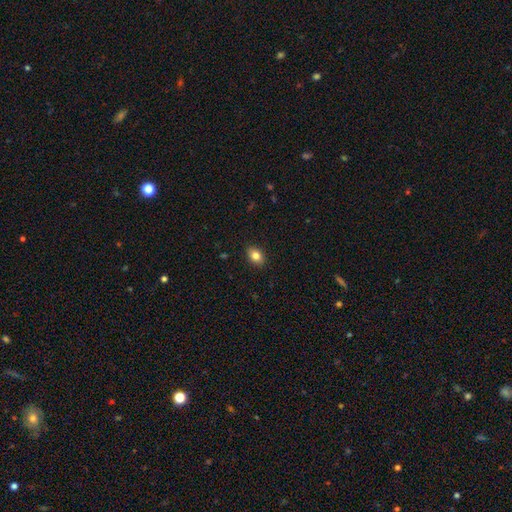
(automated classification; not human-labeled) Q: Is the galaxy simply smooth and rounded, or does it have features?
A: smooth — 82%.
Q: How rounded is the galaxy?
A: in between — 78%.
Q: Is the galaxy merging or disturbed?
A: none — 90%.